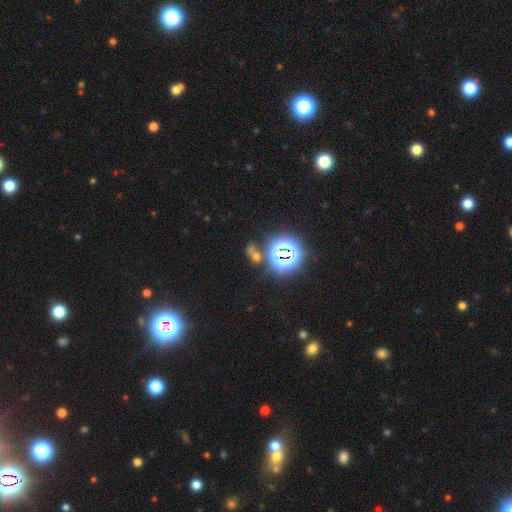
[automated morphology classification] Smooth or featured: star or artifact — 51% (smooth — 37%)